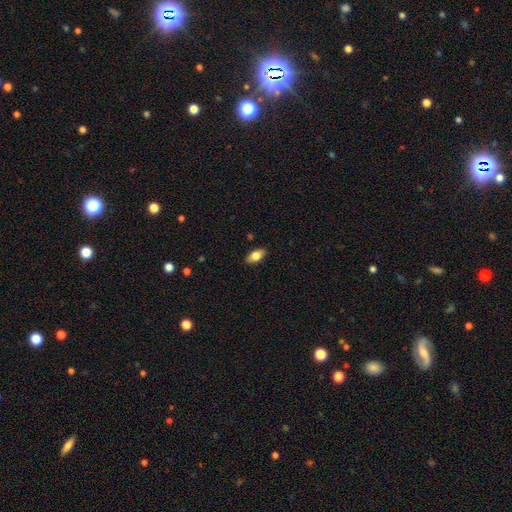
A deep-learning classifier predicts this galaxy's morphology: A smooth galaxy with no disk features (80%) that is in between round and cigar-shaped (91%).

Vote fractions:
- Smooth or featured? smooth: 80% / featured or disk: 13% / star or artifact: 7%
- How rounded? in between: 91% / cigar-shaped: 5% / round: 4%
- Merging? none: 88% / minor disturbance: 9% / major disturbance: 2% / merger: 1%